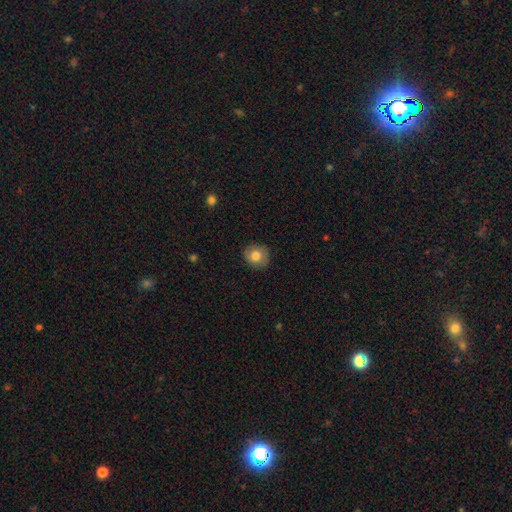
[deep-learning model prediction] Smooth or featured: smooth — 79% (featured or disk — 12%)
How rounded: round — 83% (in between — 16%)
Merging: none — 85% (minor disturbance — 11%)